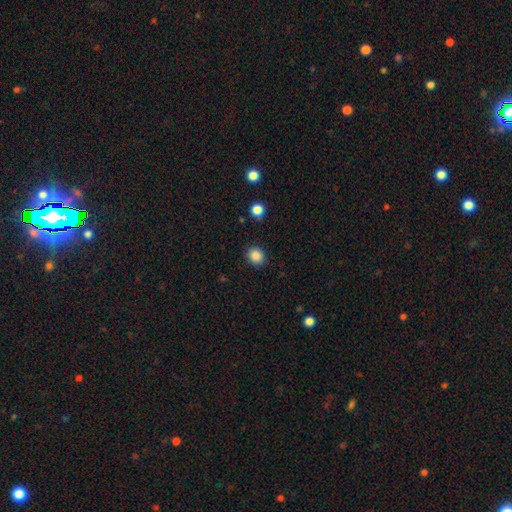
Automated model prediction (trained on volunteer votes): Q: Smooth or featured?
A: smooth (87%); runner-up: star or artifact (10%)
Q: How rounded?
A: round (69%); runner-up: in between (30%)
Q: Merging?
A: none (88%); runner-up: minor disturbance (8%)